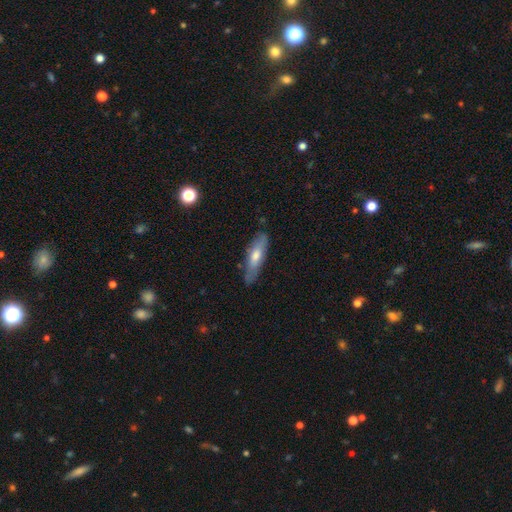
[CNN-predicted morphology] A smooth galaxy with no disk features (56%) that is cigar-shaped (61%).

Vote fractions:
- Smooth or featured? smooth: 56% / featured or disk: 38% / star or artifact: 6%
- How rounded? cigar-shaped: 61% / in between: 37% / round: 2%
- Merging? none: 80% / minor disturbance: 15% / major disturbance: 3% / merger: 2%